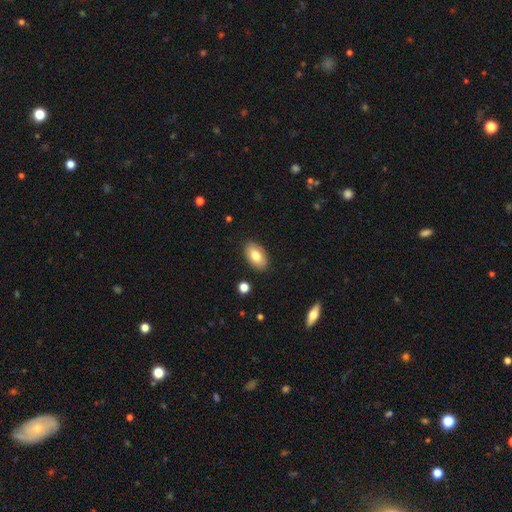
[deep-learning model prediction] This appears to be a smooth galaxy with no disk features (80%) that is in between round and cigar-shaped (94%). Merging: none (87%).